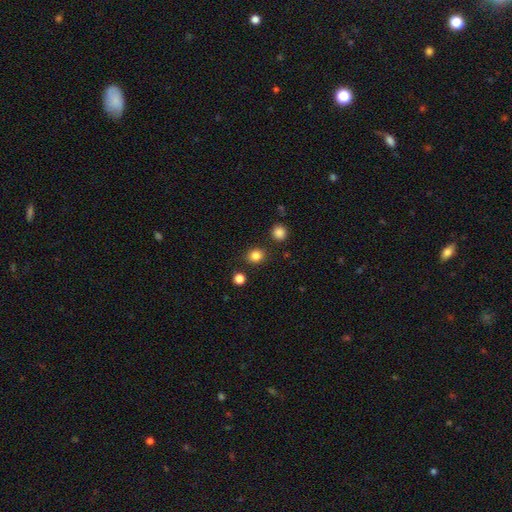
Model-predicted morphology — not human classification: Smooth or featured? Predicted: smooth (p=0.83). How rounded? Predicted: round (p=0.77). Merging? Predicted: none (p=0.86).